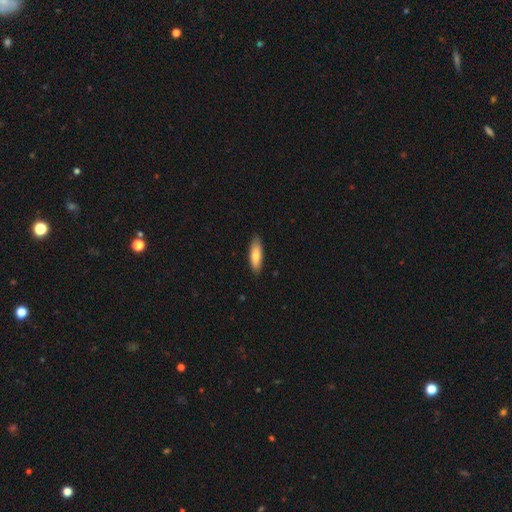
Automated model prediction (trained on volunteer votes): Smooth or featured? Predicted: smooth (p=0.78). How rounded? Predicted: in between (p=0.51). Merging? Predicted: none (p=0.86).